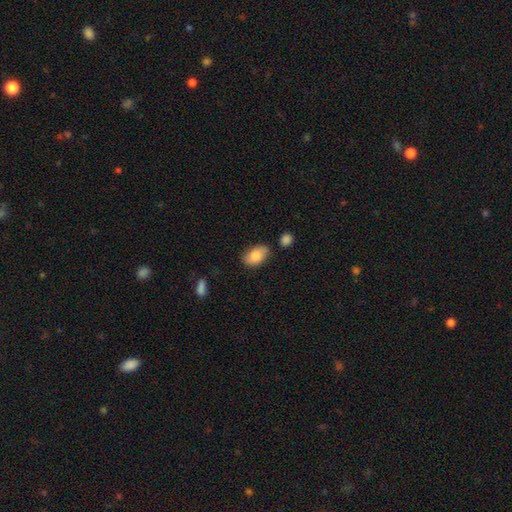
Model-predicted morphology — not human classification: A smooth galaxy with no disk features (82%) that is in between round and cigar-shaped (90%). Merging: none (67%).